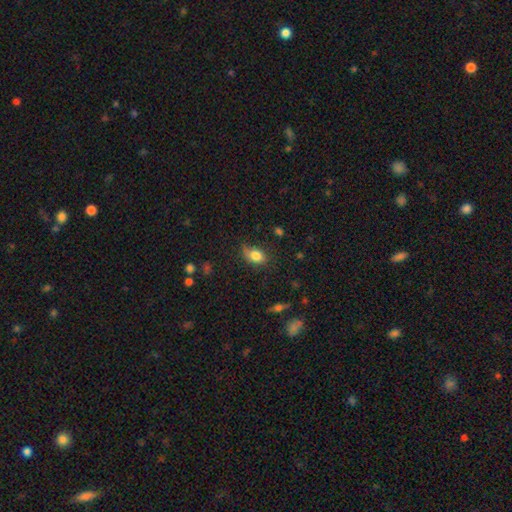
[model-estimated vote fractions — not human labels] Smooth or featured? smooth (80%)
How rounded? in between (78%)
Merging? none (58%)